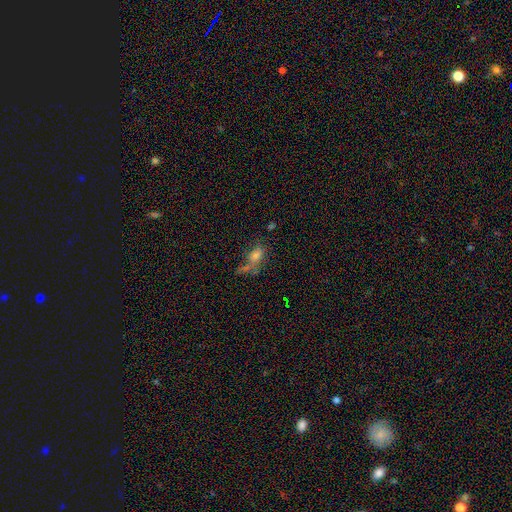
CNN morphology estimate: This appears to be a smooth galaxy with no disk features (63%) that is in between round and cigar-shaped (78%). Merging: none (40%).